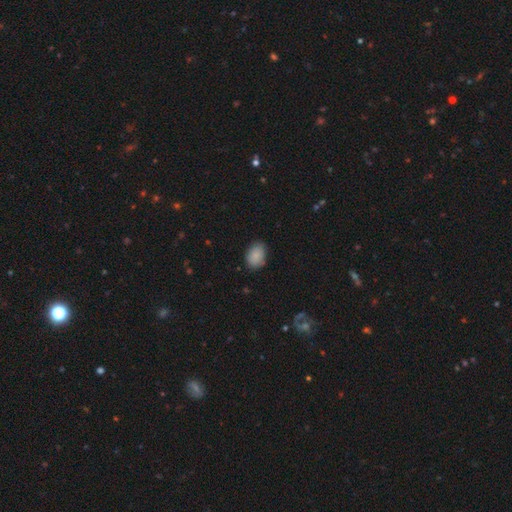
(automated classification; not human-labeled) smooth 87%, star or artifact 7%, featured or disk 6%. Down the decision tree: how rounded — in between (77%); merging — none (80%).